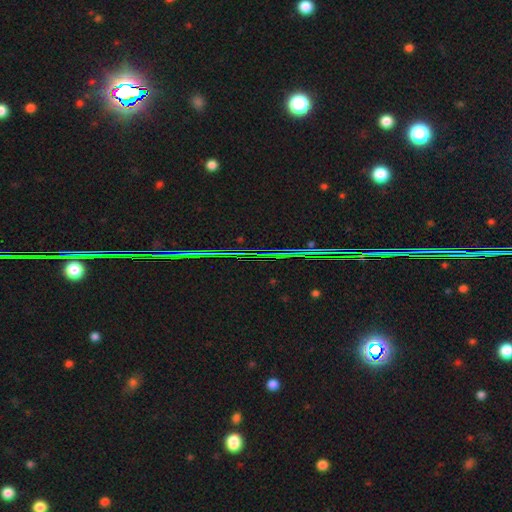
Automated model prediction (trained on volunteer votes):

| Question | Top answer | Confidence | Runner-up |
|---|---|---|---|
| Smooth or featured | star or artifact | 82% | smooth (9%) |